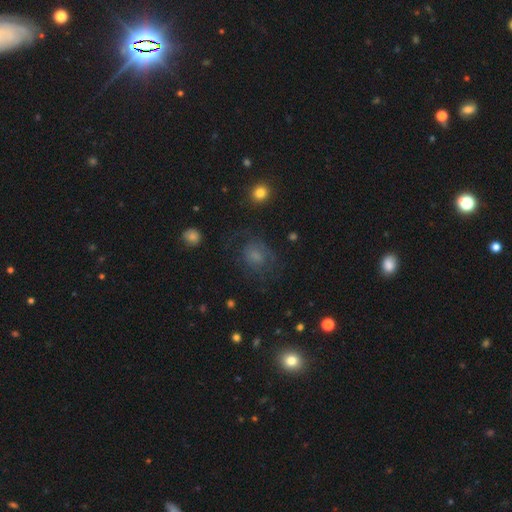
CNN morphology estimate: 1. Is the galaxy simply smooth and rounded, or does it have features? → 45% smooth, 37% featured or disk, 18% star or artifact.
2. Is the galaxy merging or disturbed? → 58% none, 21% major disturbance, 20% minor disturbance, 2% merger.